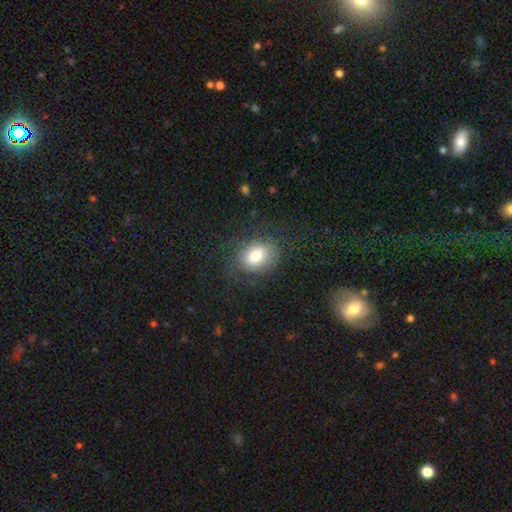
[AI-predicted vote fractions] Smooth or featured? smooth (65%)
How rounded? in between (69%)
Merging? none (69%)